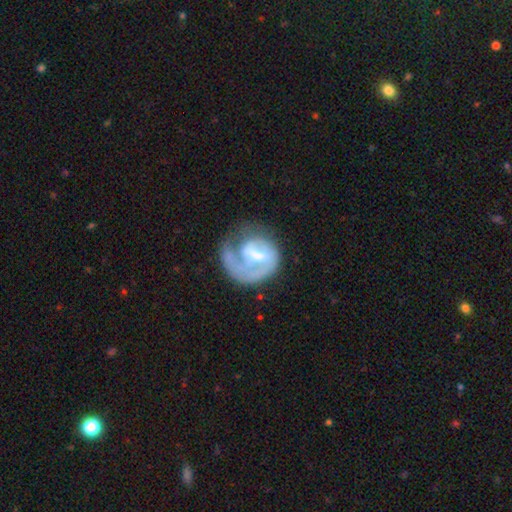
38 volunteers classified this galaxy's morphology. Smooth or featured?
  - featured or disk: 87% *
  - smooth: 11%
  - star or artifact: 3%
Edge-on disk?
  - no: 97% *
  - yes: 3%
Bar?
  - weak: 53% *
  - no: 28%
  - strong: 19%
Spiral arms?
  - yes: 94% *
  - no: 6%
Spiral winding?
  - tight: 63% *
  - medium: 27%
  - loose: 10%
Spiral arm count?
  - 1: 93% *
  - 2: 3%
  - can't tell: 3%
  - 3: 0%
  - 4: 0%
  - more than 4: 0%
Bulge size?
  - small: 59% *
  - moderate: 25%
  - none: 12%
  - large: 3%
  - dominant: 0%
Merging?
  - none: 54% *
  - major disturbance: 27%
  - minor disturbance: 19%
  - merger: 0%